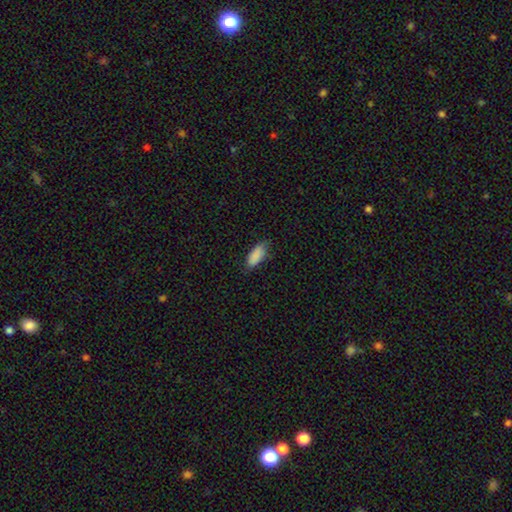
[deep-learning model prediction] The model was most divided on "merging": none: 73%, minor disturbance: 22%, major disturbance: 4%, merger: 1%. More confident: smooth or featured — smooth (88%); how rounded — in between (81%).